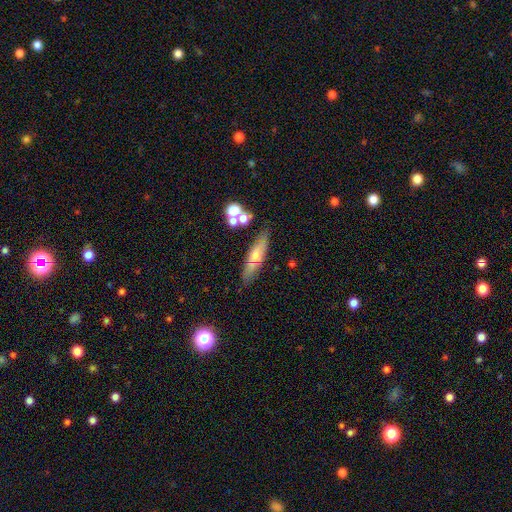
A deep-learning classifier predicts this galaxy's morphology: The model was most divided on "smooth or featured": smooth: 51%, featured or disk: 40%, star or artifact: 9%. More confident: merging — none (73%); how rounded — cigar-shaped (65%).